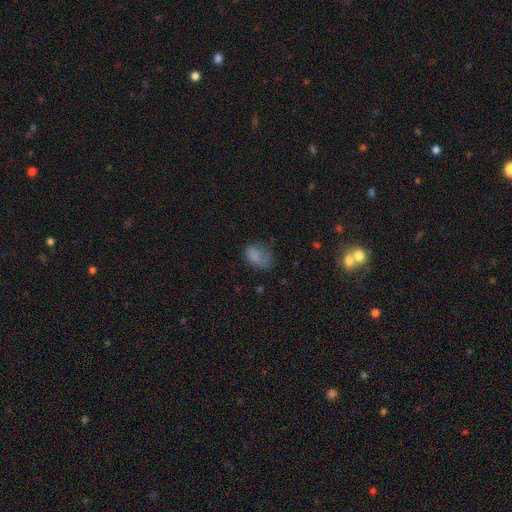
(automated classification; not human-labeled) This is likely a smooth galaxy (76%). How rounded: likely in between (79%). Merging: marginally none (38%).